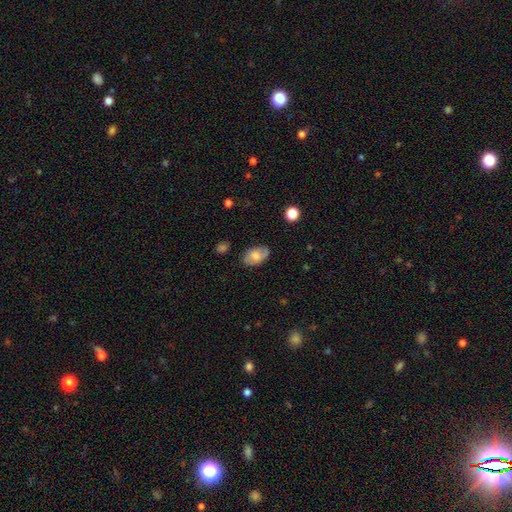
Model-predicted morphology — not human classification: Q: Smooth or featured?
A: smooth (61%); runner-up: featured or disk (31%)
Q: How rounded?
A: in between (89%); runner-up: round (9%)
Q: Merging?
A: none (71%); runner-up: minor disturbance (21%)